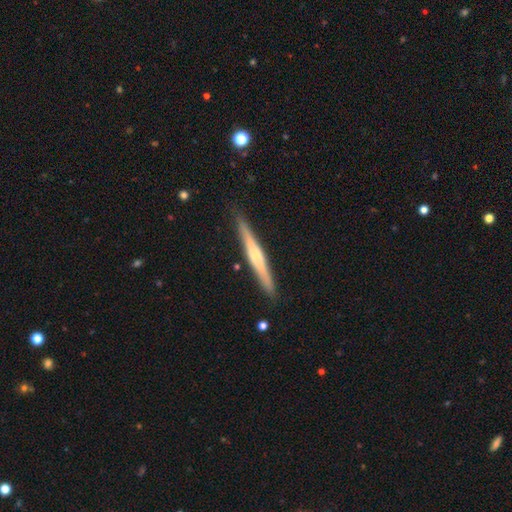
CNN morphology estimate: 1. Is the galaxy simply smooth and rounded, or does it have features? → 61% featured or disk, 33% smooth, 6% star or artifact.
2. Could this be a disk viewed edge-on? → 97% yes, 3% no.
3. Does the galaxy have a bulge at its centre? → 61% rounded, 28% none, 11% boxy.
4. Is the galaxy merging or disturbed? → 88% none, 9% minor disturbance, 2% major disturbance, 1% merger.